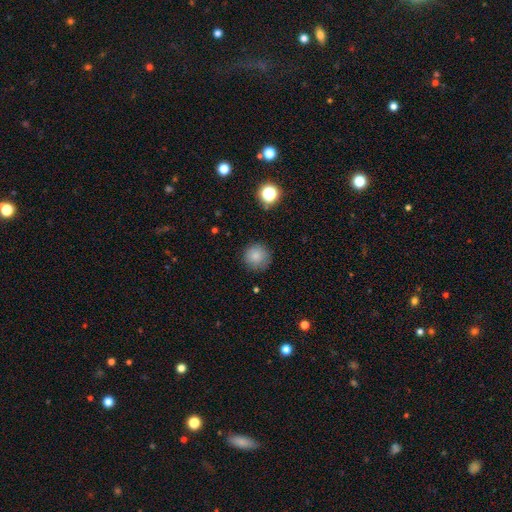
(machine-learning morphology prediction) smooth 81%, star or artifact 11%, featured or disk 7%. Down the decision tree: how rounded — round (95%); merging — none (84%).